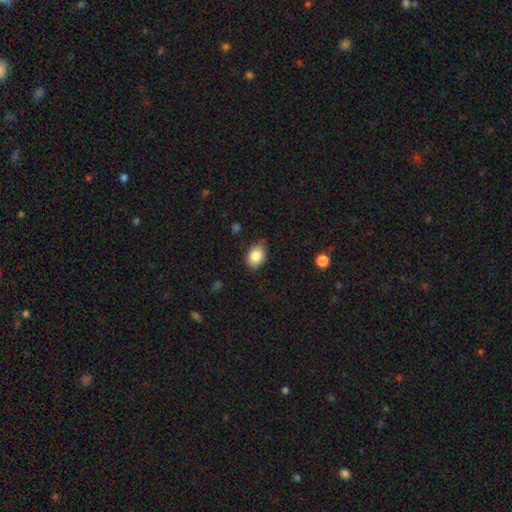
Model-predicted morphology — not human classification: Smooth or featured: smooth — 84% (featured or disk — 8%)
How rounded: in between — 79% (round — 20%)
Merging: none — 74% (minor disturbance — 22%)